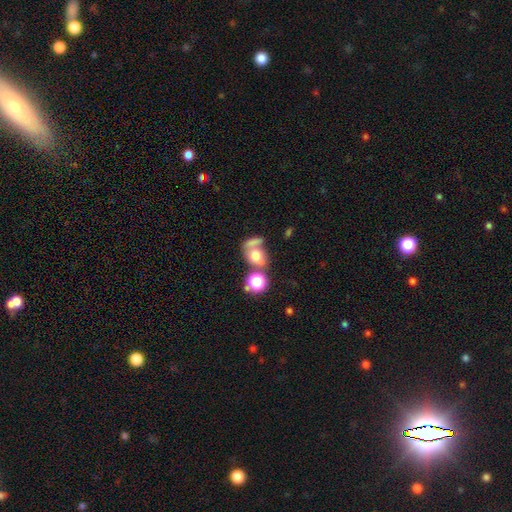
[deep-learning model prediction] Smooth or featured?
  - smooth: 64% *
  - featured or disk: 22%
  - star or artifact: 15%
How rounded?
  - in between: 51% *
  - round: 47%
  - cigar-shaped: 2%
Merging?
  - merger: 44% *
  - none: 32%
  - minor disturbance: 12%
  - major disturbance: 11%